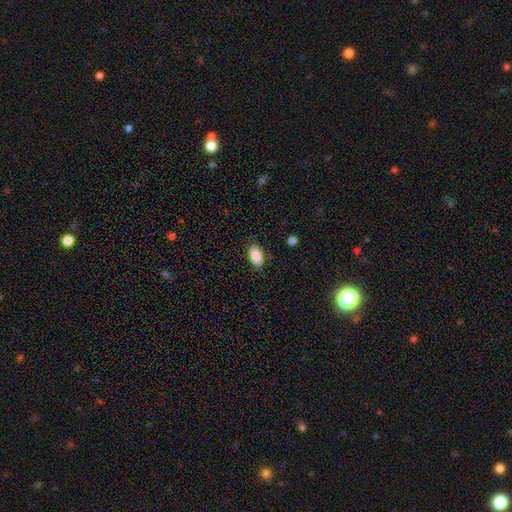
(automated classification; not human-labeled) A smooth galaxy with no disk features (84%) that is in between round and cigar-shaped (92%). Merging: none (85%).